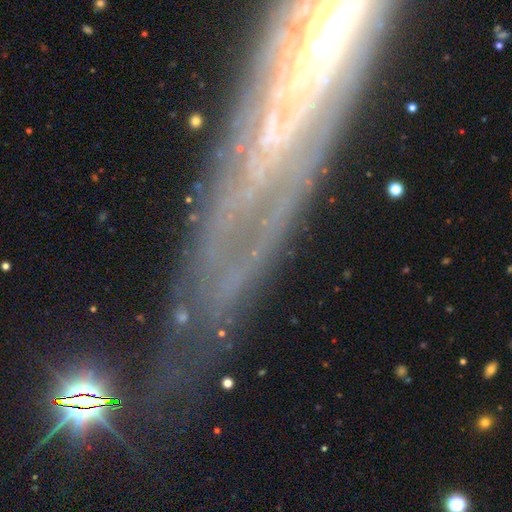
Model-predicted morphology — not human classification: A featured or disk galaxy (65%).

Vote fractions:
- Smooth or featured? featured or disk: 65% / star or artifact: 19% / smooth: 15%
- Edge-on disk? no: 53% / yes: 47%
- Merging? none: 72% / minor disturbance: 16% / major disturbance: 8% / merger: 4%